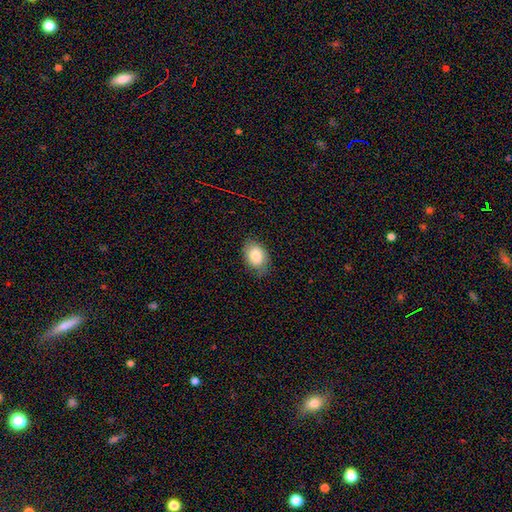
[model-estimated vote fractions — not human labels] The model was most divided on "merging": none: 76%, minor disturbance: 19%, major disturbance: 4%, merger: 1%. More confident: smooth or featured — smooth (80%); how rounded — in between (79%).